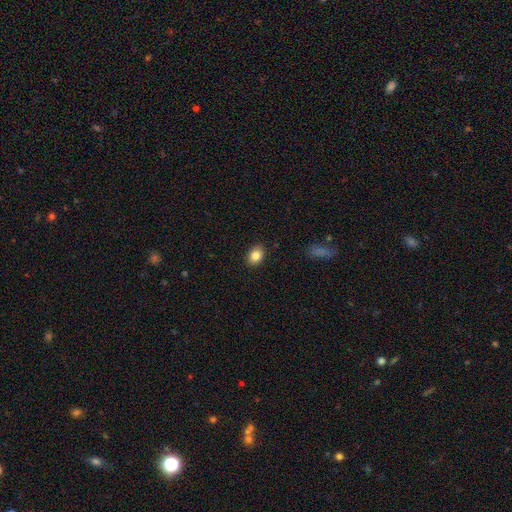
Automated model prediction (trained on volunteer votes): Smooth or featured: smooth — 85% (star or artifact — 9%)
How rounded: in between — 61% (round — 38%)
Merging: none — 89% (minor disturbance — 8%)